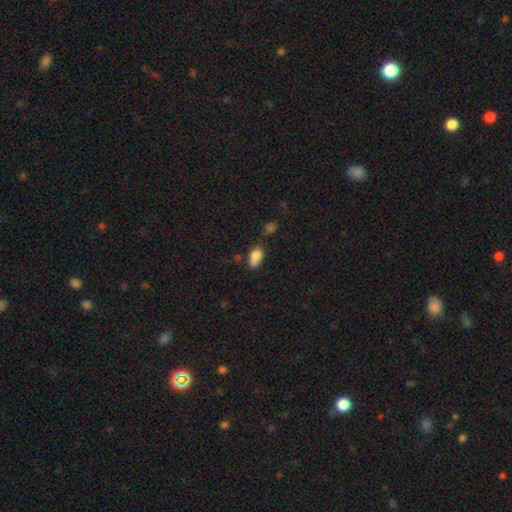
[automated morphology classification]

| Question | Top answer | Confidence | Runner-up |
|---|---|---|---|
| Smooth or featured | smooth | 81% | featured or disk (10%) |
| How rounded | in between | 86% | round (10%) |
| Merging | none | 47% | minor disturbance (26%) |